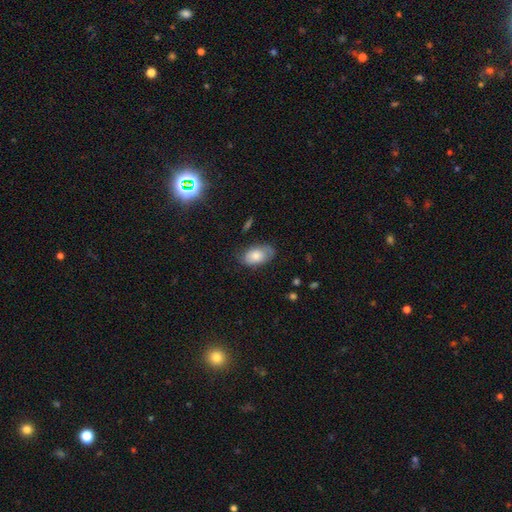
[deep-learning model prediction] A smooth galaxy with no disk features (74%) that is in between round and cigar-shaped (93%).

Vote fractions:
- Smooth or featured? smooth: 74% / featured or disk: 19% / star or artifact: 7%
- How rounded? in between: 93% / round: 6% / cigar-shaped: 2%
- Merging? none: 66% / minor disturbance: 25% / major disturbance: 7% / merger: 2%